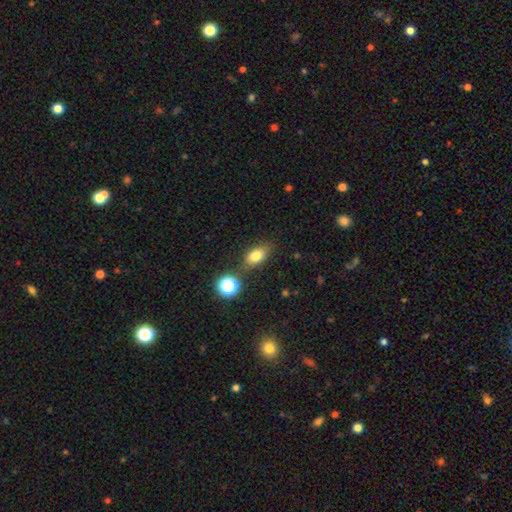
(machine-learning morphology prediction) Q: Smooth or featured?
A: smooth (77%); runner-up: star or artifact (12%)
Q: How rounded?
A: in between (79%); runner-up: round (16%)
Q: Merging?
A: none (76%); runner-up: minor disturbance (14%)